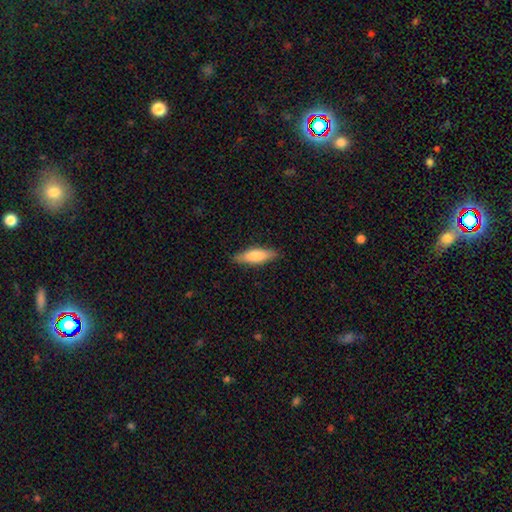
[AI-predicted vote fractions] The model was most divided on "how rounded": cigar-shaped: 53%, in between: 46%, round: 2%. More confident: merging — none (87%); smooth or featured — smooth (78%).